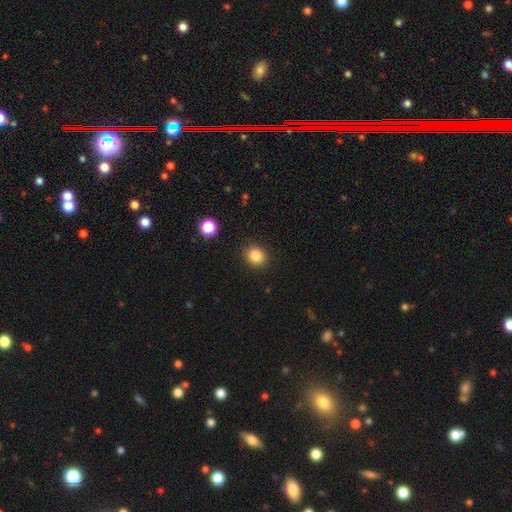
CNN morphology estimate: Smooth or featured?
  - smooth: 84% *
  - star or artifact: 11%
  - featured or disk: 5%
How rounded?
  - round: 79% *
  - in between: 20%
  - cigar-shaped: 1%
Merging?
  - none: 90% *
  - minor disturbance: 6%
  - major disturbance: 2%
  - merger: 1%